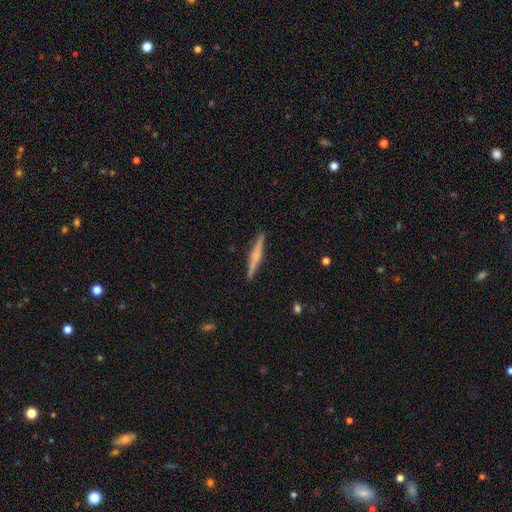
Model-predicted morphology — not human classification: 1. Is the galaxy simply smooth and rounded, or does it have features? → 60% featured or disk, 33% smooth, 6% star or artifact.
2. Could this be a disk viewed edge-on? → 98% yes, 2% no.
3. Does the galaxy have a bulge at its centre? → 61% rounded, 21% none, 18% boxy.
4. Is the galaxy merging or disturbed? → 91% none, 7% minor disturbance, 1% major disturbance, 1% merger.